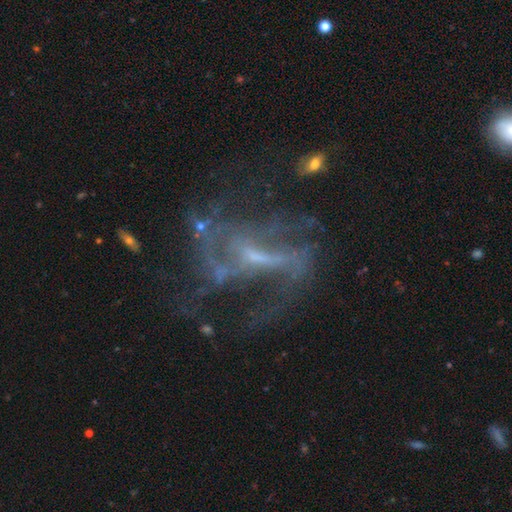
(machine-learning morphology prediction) A featured or disk galaxy (78%) with a weak bar (41%), 2 (39%) loose (56%) spiral arms (72%) and a small central bulge (56%). Merging: none (47%).